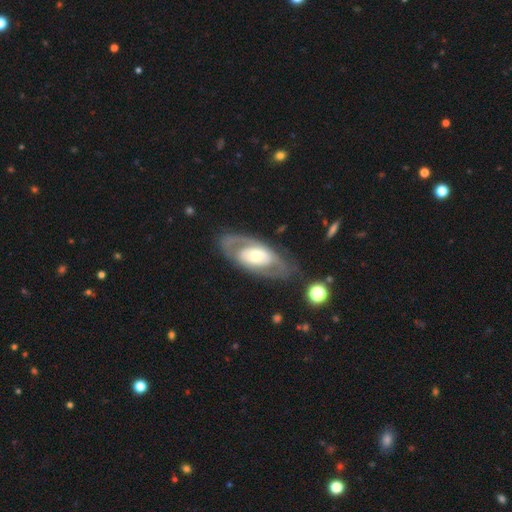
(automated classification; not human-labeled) Smooth or featured? featured or disk (71%)
Edge-on disk? no (90%)
Bar? no (69%)
Spiral arms? yes (52%)
Bulge size? moderate (54%)
Merging? none (73%)